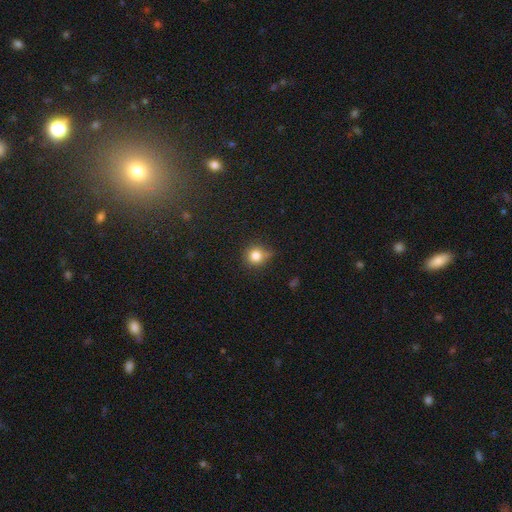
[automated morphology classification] The model was most divided on "merging": none: 64%, minor disturbance: 27%, major disturbance: 6%, merger: 3%. More confident: how rounded — round (87%); smooth or featured — smooth (80%).